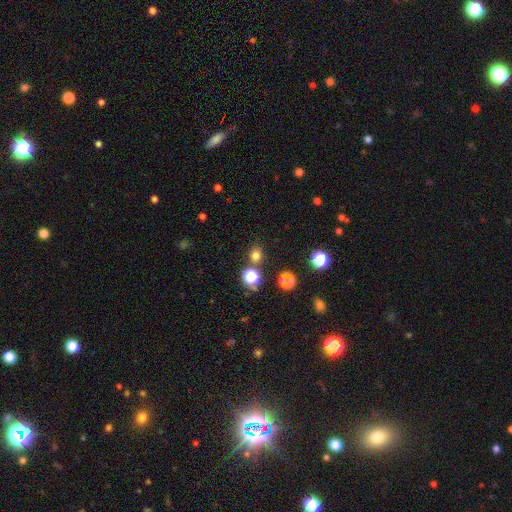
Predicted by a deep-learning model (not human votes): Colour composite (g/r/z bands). It shows a smooth galaxy with no disk features (70%) that is round (82%). Merging: none (81%).